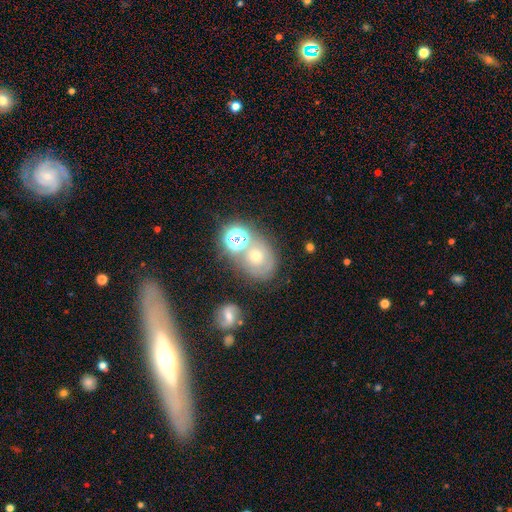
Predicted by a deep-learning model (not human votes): Morphology: type=smooth (37%); merging=none (54%).